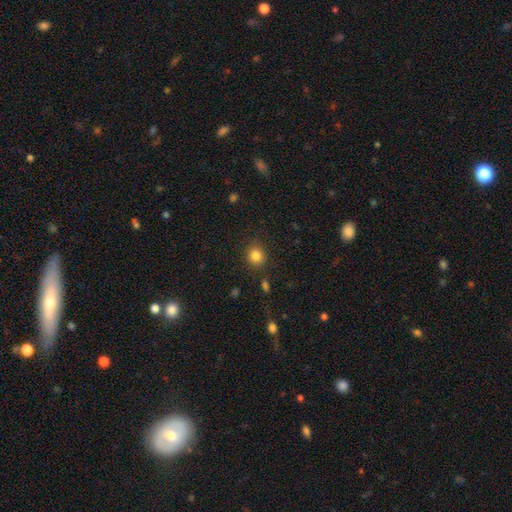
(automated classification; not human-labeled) The model was most divided on "how rounded": round: 77%, in between: 22%, cigar-shaped: 1%. More confident: merging — none (85%); smooth or featured — smooth (84%).